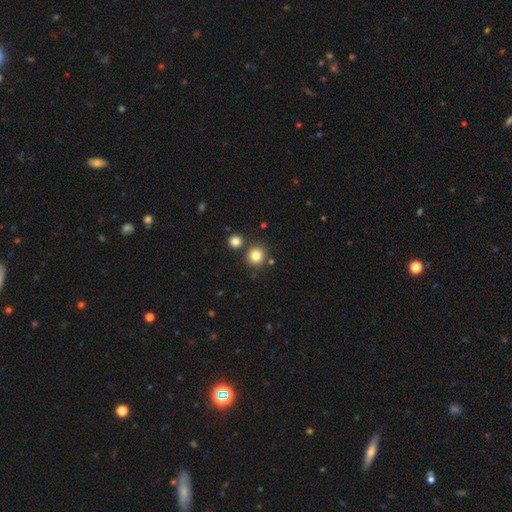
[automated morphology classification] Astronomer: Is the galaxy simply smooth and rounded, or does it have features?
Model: smooth — 82%.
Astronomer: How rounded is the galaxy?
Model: round — 91%.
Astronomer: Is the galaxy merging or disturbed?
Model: none — 81%.